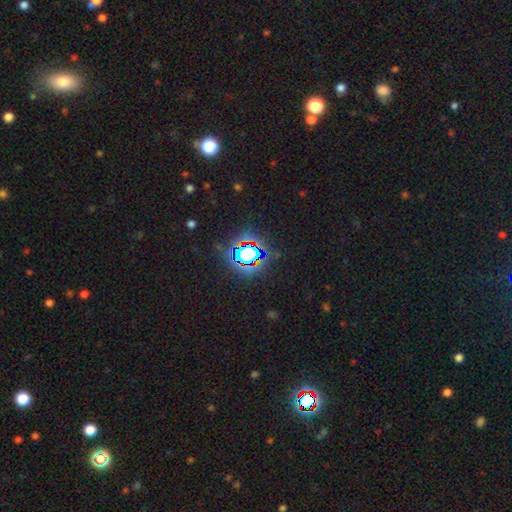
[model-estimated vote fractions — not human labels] Overall: star or artifact (77%).